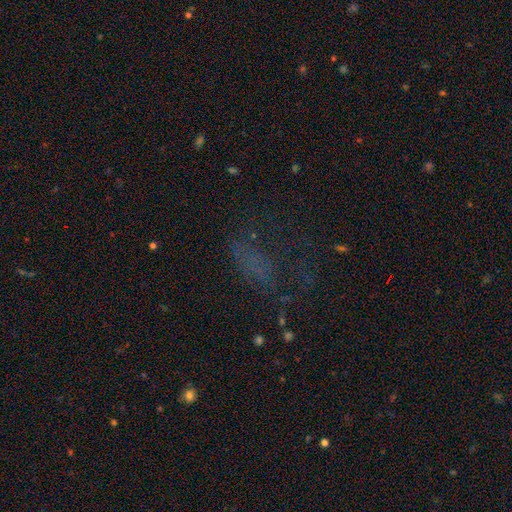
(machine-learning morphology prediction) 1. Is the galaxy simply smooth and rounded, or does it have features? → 41% star or artifact, 33% smooth, 26% featured or disk.